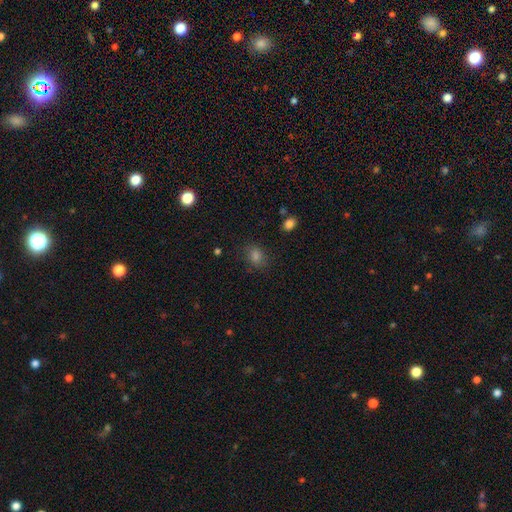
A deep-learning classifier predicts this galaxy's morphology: smooth-or-featured: smooth: 76% | star or artifact: 18% | featured or disk: 6%
  how-rounded: in between: 52% | round: 46% | cigar-shaped: 1%
  merging: none: 83% | minor disturbance: 12% | major disturbance: 4% | merger: 2%